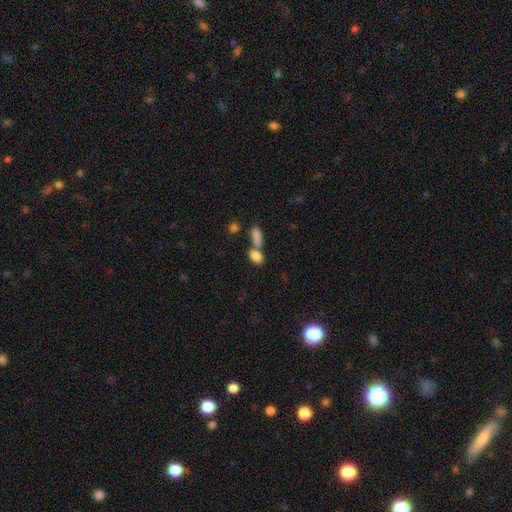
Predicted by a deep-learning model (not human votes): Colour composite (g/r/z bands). It shows a smooth galaxy with no disk features (83%) that is in between round and cigar-shaped (85%). Merging: merger (46%).